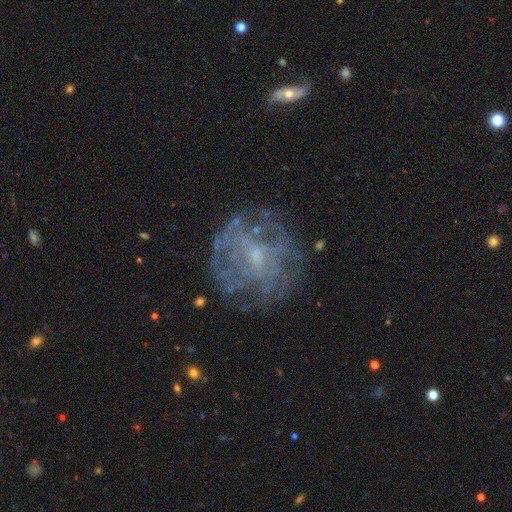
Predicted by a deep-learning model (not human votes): featured or disk 69%, smooth 17%, star or artifact 14%. Down the decision tree: edge-on disk — no (97%); bar — no (58%); spiral arms — no (50%, tied with yes); bulge size — small (62%); merging — none (72%).